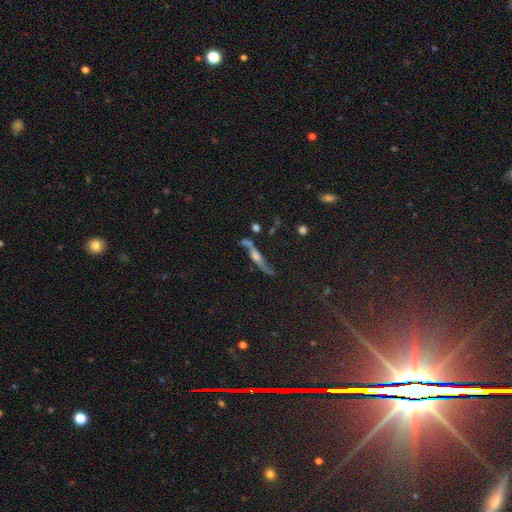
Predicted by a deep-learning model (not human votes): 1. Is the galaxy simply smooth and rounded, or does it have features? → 64% featured or disk, 23% smooth, 13% star or artifact.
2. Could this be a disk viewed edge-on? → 67% yes, 33% no.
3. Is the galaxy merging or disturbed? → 55% none, 20% minor disturbance, 14% merger, 11% major disturbance.